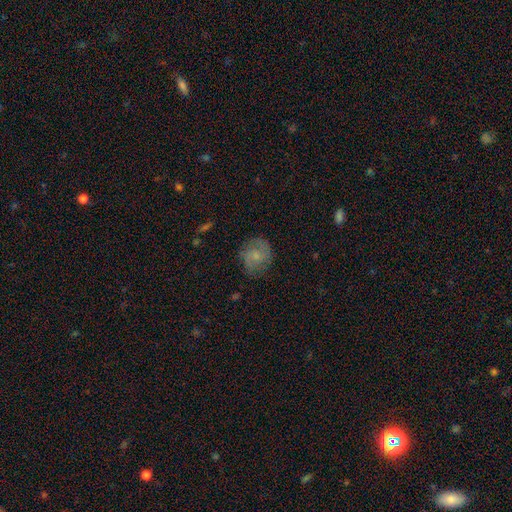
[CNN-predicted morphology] This is possibly a smooth galaxy (48%). Merging: likely none (72%).